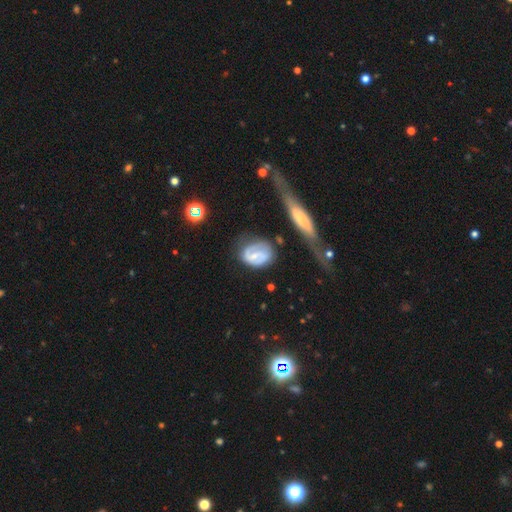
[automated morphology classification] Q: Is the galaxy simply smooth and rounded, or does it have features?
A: featured or disk — 68%.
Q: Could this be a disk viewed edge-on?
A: no — 96%.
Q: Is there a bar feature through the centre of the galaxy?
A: weak — 45%.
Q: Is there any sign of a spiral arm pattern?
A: yes — 86%.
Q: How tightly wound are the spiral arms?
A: medium — 40%.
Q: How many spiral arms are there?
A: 2 — 71%.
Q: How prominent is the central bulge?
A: small — 58%.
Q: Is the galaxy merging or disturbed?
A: none — 59%.